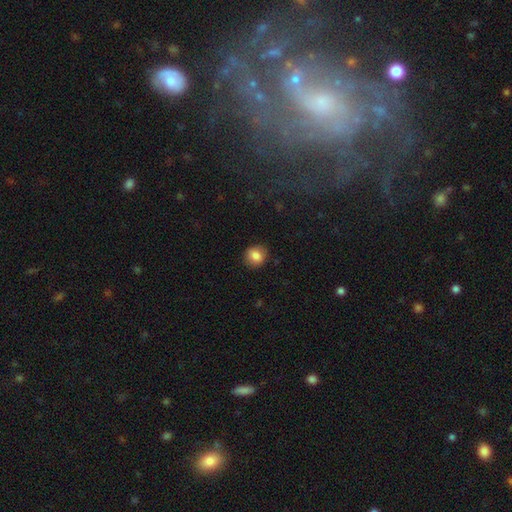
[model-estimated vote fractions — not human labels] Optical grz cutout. It shows a smooth galaxy with no disk features (84%) that is round (83%). Merging: none (88%).